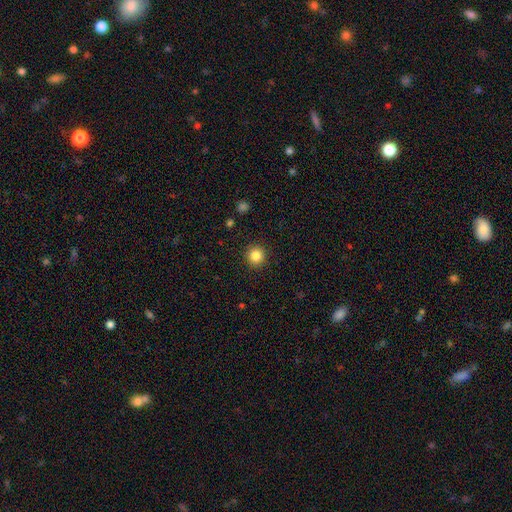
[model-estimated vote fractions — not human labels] Q: Smooth or featured?
A: smooth (84%); runner-up: star or artifact (11%)
Q: How rounded?
A: round (94%); runner-up: in between (5%)
Q: Merging?
A: none (92%); runner-up: minor disturbance (5%)